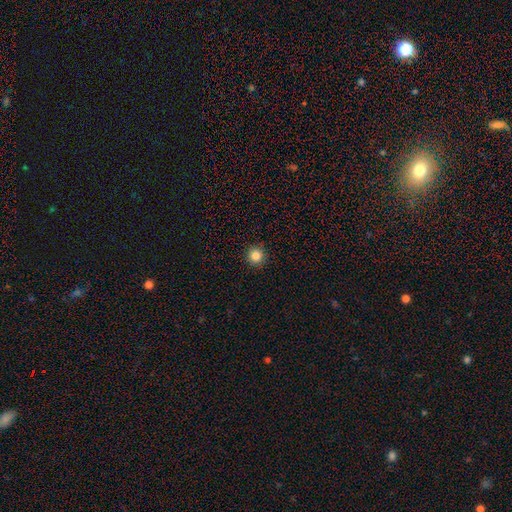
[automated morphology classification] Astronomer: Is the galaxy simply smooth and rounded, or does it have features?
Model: smooth — 84%.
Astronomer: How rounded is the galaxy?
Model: round — 95%.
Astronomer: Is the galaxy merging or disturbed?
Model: none — 93%.